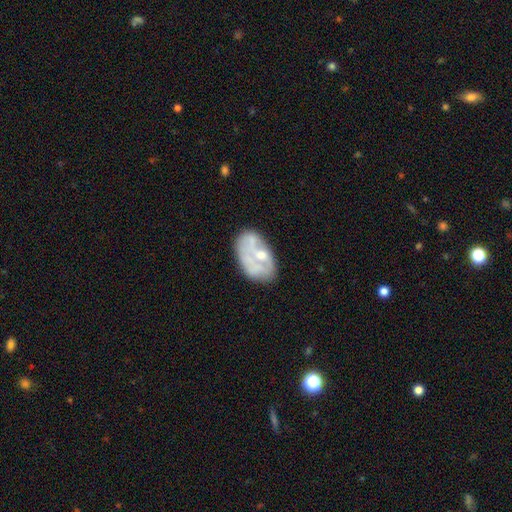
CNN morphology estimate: smooth_or_featured: featured or disk (p=0.57) [alt: smooth p=0.35]
disk_edge_on: no (p=0.96) [alt: yes p=0.04]
bar: no (p=0.83) [alt: weak p=0.14]
has_spiral_arms: no (p=0.78) [alt: yes p=0.22]
bulge_size: moderate (p=0.45) [alt: small p=0.33]
merging: none (p=0.45) [alt: minor disturbance p=0.26]